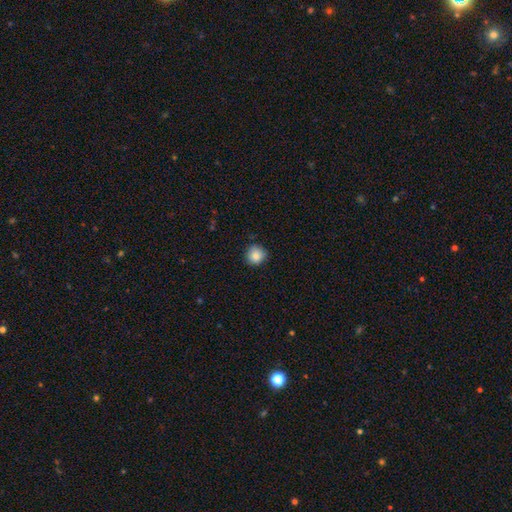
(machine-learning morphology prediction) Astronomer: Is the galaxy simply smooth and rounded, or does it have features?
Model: smooth — 86%.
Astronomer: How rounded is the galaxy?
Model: round — 93%.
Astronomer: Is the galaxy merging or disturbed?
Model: none — 87%.